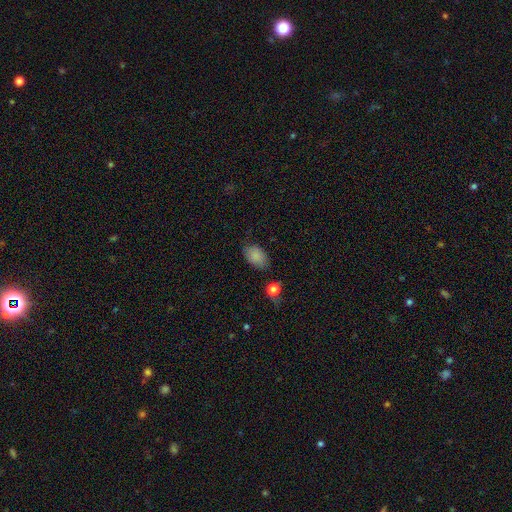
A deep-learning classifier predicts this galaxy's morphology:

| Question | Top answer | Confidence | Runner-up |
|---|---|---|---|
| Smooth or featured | smooth | 85% | star or artifact (9%) |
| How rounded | in between | 86% | round (13%) |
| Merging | none | 75% | minor disturbance (18%) |